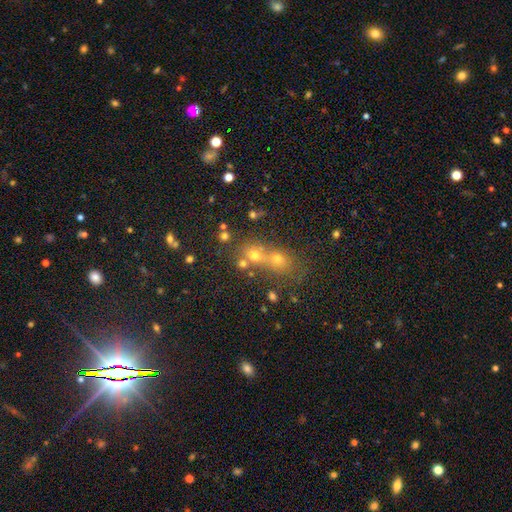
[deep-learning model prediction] Smooth or featured? Predicted: smooth (p=0.51). How rounded? Predicted: round (p=0.71). Merging? Predicted: merger (p=0.55).